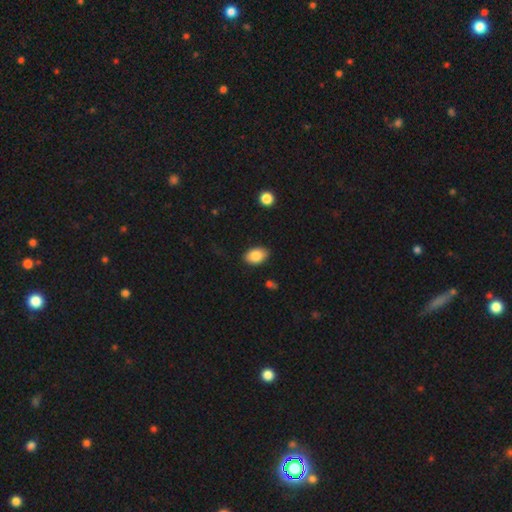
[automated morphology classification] This appears to be a smooth galaxy with no disk features (86%) that is in between round and cigar-shaped (88%). Merging: none (86%).